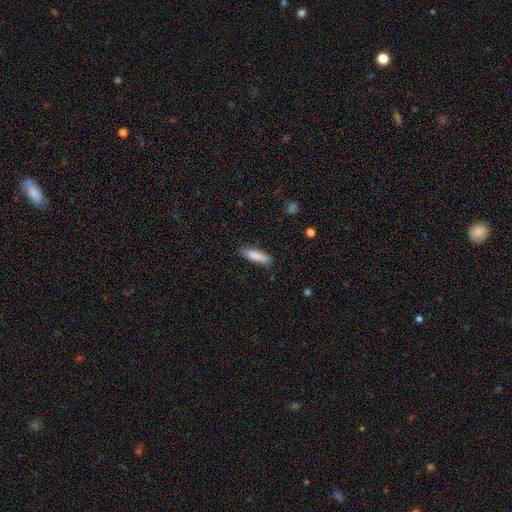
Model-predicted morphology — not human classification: This appears to be a smooth galaxy with no disk features (86%) that is cigar-shaped (70%). Merging: none (85%).